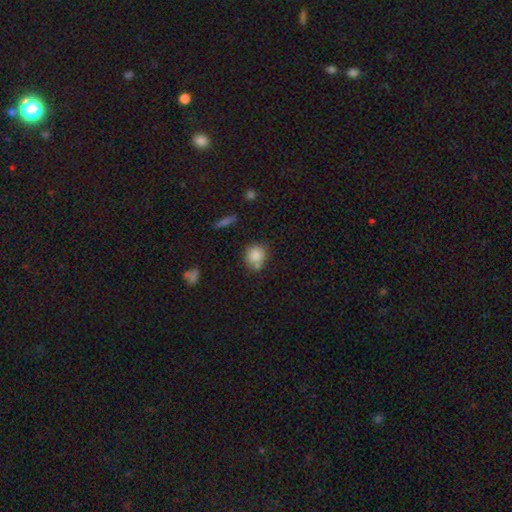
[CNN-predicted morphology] smooth 84%, star or artifact 9%, featured or disk 6%. Down the decision tree: how rounded — round (80%); merging — none (64%).